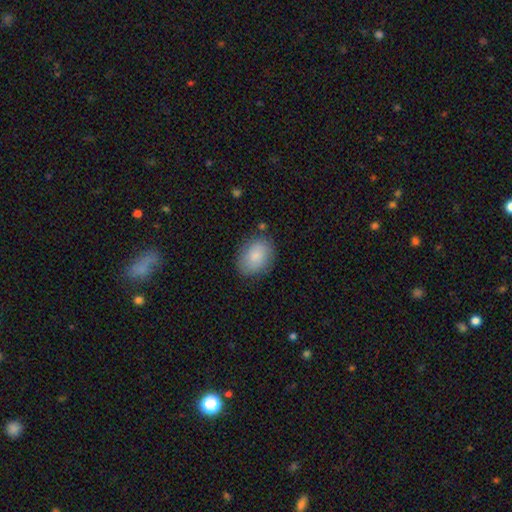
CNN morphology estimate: A smooth galaxy with no disk features (83%) that is in between round and cigar-shaped (70%).

Vote fractions:
- Smooth or featured? smooth: 83% / featured or disk: 11% / star or artifact: 7%
- How rounded? in between: 70% / round: 29% / cigar-shaped: 1%
- Merging? none: 81% / minor disturbance: 14% / major disturbance: 4% / merger: 2%